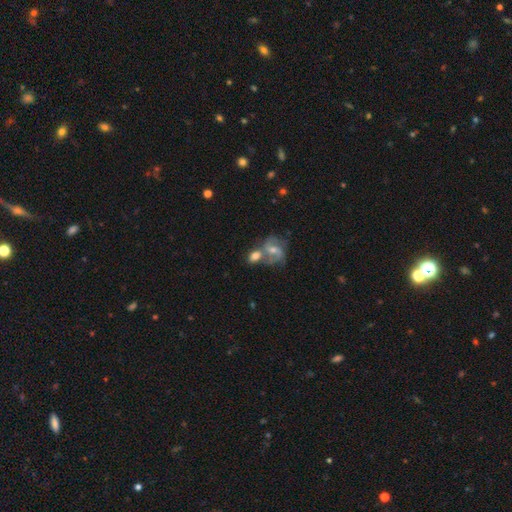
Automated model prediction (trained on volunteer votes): This appears to be a featured or disk galaxy (46%). Merging: merger (50%).